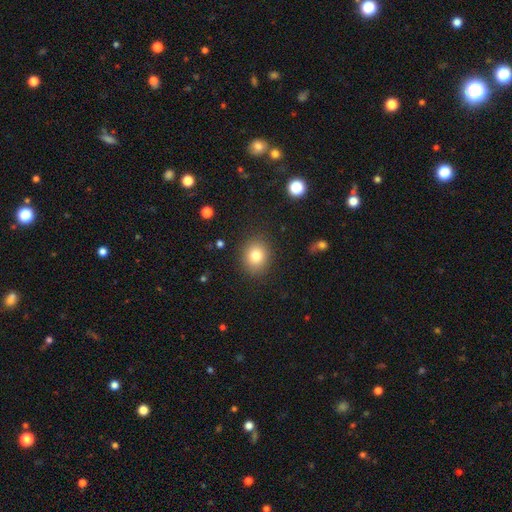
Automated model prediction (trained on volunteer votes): Smooth or featured: smooth — 80% (star or artifact — 11%)
How rounded: round — 67% (in between — 32%)
Merging: none — 88% (minor disturbance — 8%)